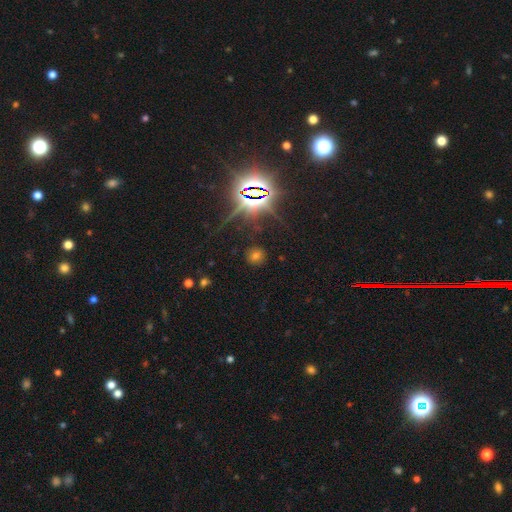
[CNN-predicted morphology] Smooth or featured? smooth (48%)
Merging? none (85%)